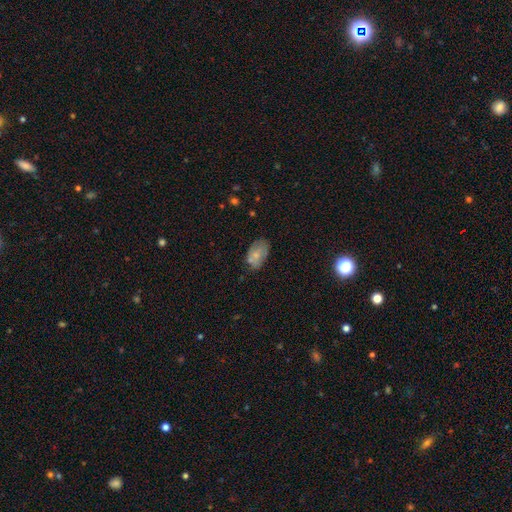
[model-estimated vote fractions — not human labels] Morphology: type=smooth (70%); roundness=in between (92%); merging=none (57%).